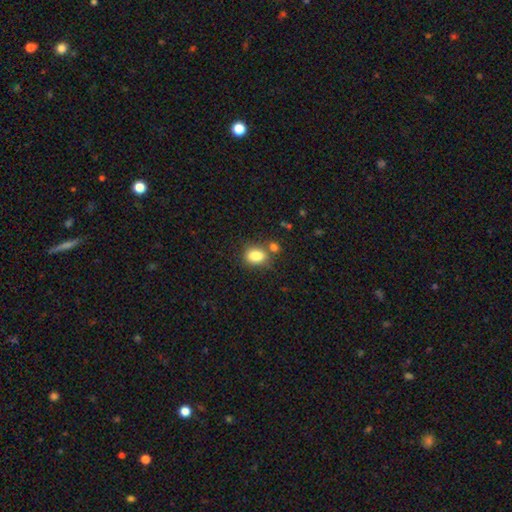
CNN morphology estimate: Q: Smooth or featured?
A: smooth (84%); runner-up: star or artifact (9%)
Q: How rounded?
A: in between (72%); runner-up: round (27%)
Q: Merging?
A: none (61%); runner-up: merger (19%)